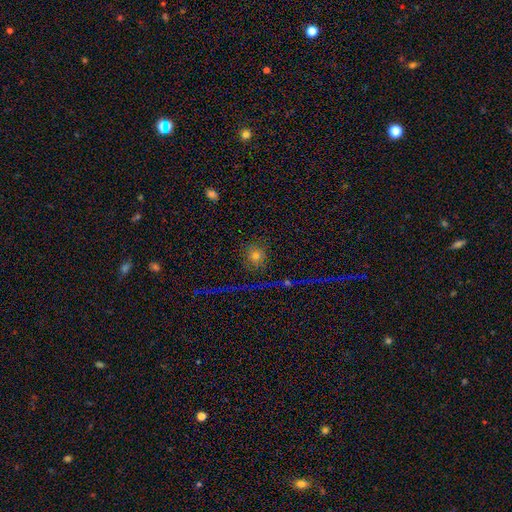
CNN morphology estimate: A smooth galaxy with no disk features (64%) that is round (91%). Merging: none (77%).